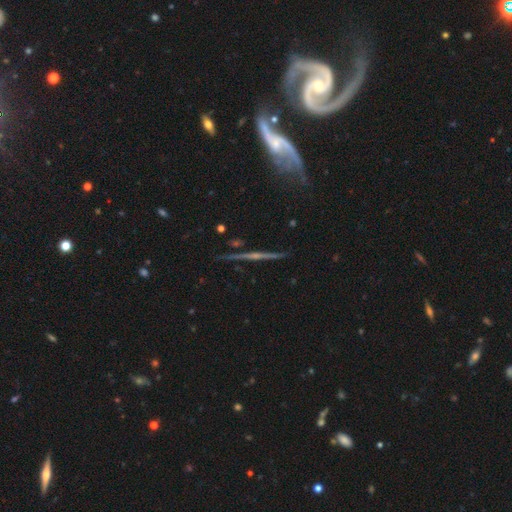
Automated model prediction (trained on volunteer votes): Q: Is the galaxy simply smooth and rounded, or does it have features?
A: featured or disk — 80%.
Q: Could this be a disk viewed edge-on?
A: yes — 96%.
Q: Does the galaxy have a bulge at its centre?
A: rounded — 47%.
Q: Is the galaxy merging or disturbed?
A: none — 84%.